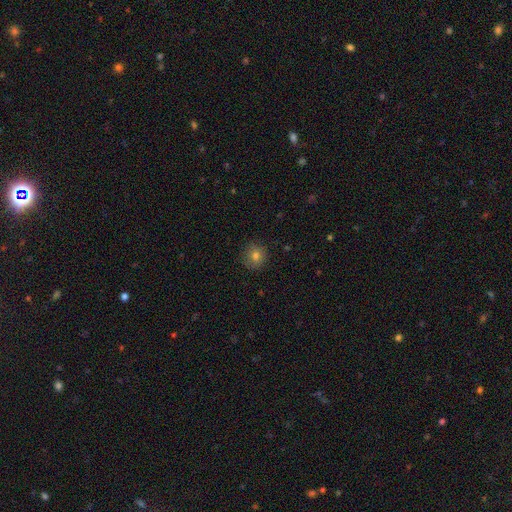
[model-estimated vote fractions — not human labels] Q: Smooth or featured?
A: smooth (77%); runner-up: star or artifact (12%)
Q: How rounded?
A: round (90%); runner-up: in between (9%)
Q: Merging?
A: none (85%); runner-up: minor disturbance (11%)